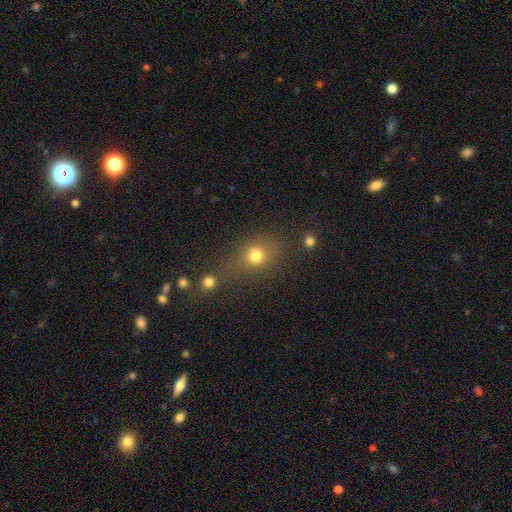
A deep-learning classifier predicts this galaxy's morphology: Smooth or featured?
  - smooth: 73% *
  - star or artifact: 18%
  - featured or disk: 9%
How rounded?
  - round: 73% *
  - in between: 25%
  - cigar-shaped: 2%
Merging?
  - none: 60% *
  - merger: 18%
  - minor disturbance: 14%
  - major disturbance: 9%